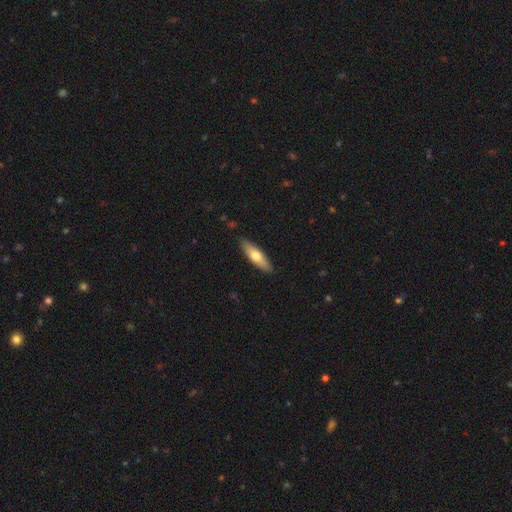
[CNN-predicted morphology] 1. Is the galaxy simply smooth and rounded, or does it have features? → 63% smooth, 32% featured or disk, 5% star or artifact.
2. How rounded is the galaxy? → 59% cigar-shaped, 39% in between, 2% round.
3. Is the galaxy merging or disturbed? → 88% none, 9% minor disturbance, 2% major disturbance, 1% merger.